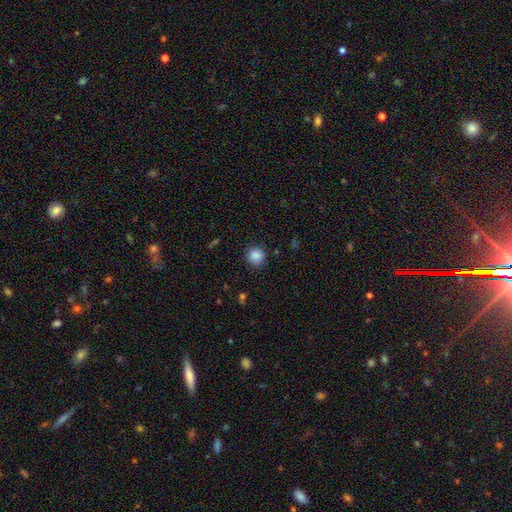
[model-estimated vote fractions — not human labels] This appears to be a smooth galaxy with no disk features (87%) that is round (93%). Merging: none (89%).